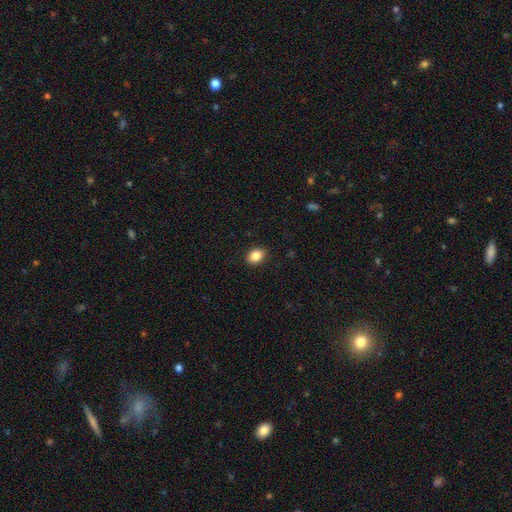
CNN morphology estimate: Smooth or featured: smooth — 87% (star or artifact — 9%)
How rounded: in between — 72% (round — 27%)
Merging: none — 89% (minor disturbance — 8%)